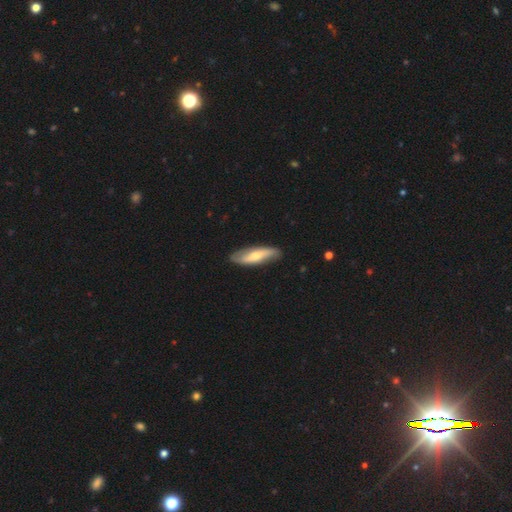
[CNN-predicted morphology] smooth_or_featured: featured or disk (p=0.50) [alt: smooth p=0.45]
merging: none (p=0.81) [alt: minor disturbance p=0.14]